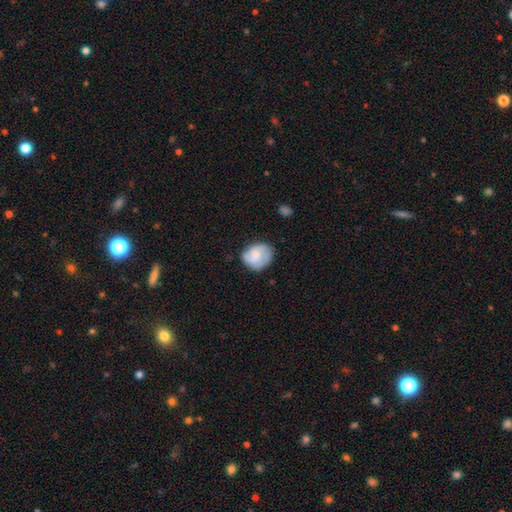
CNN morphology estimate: A smooth galaxy with no disk features (56%) that is round (68%).

Vote fractions:
- Smooth or featured? smooth: 56% / featured or disk: 37% / star or artifact: 7%
- How rounded? round: 68% / in between: 31% / cigar-shaped: 1%
- Merging? none: 67% / minor disturbance: 23% / major disturbance: 8% / merger: 2%